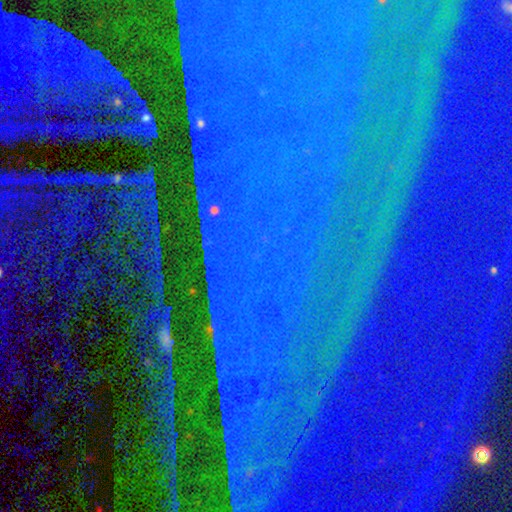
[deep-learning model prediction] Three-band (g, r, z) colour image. It shows a star or artifact, not a galaxy (89%).